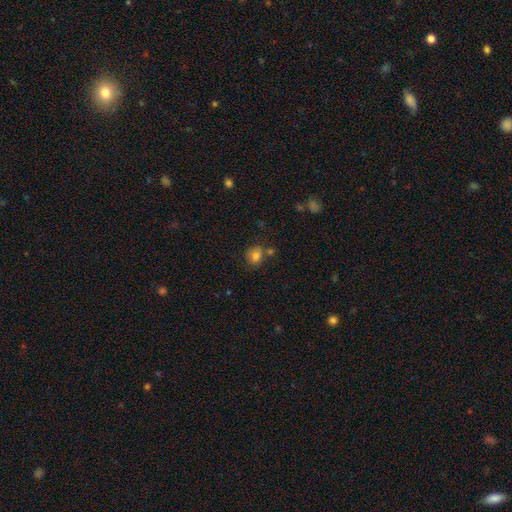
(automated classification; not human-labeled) Smooth or featured? smooth (81%)
How rounded? round (66%)
Merging? none (68%)